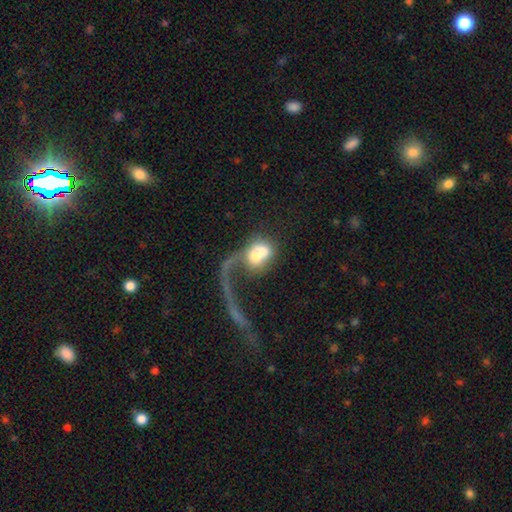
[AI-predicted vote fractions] Morphology: type=smooth (46%); merging=merger (43%).